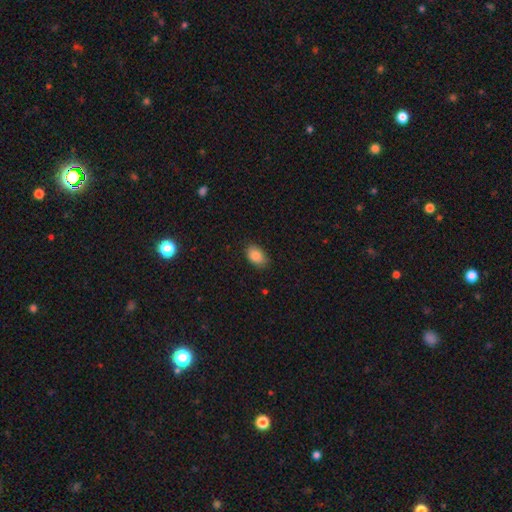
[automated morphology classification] Smooth or featured? smooth (87%)
How rounded? in between (87%)
Merging? none (81%)